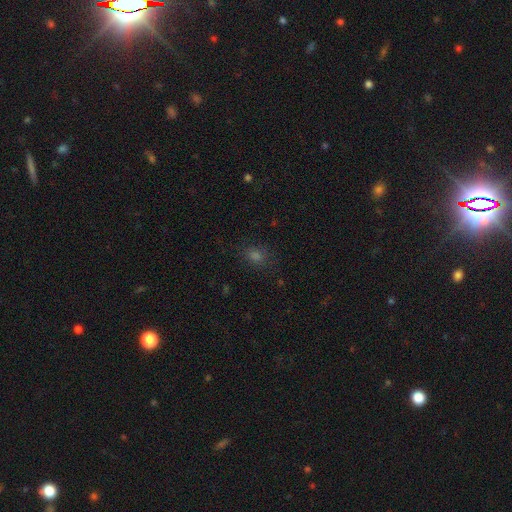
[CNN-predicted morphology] A smooth galaxy with no disk features (68%) that is round (51%). Merging: none (82%).